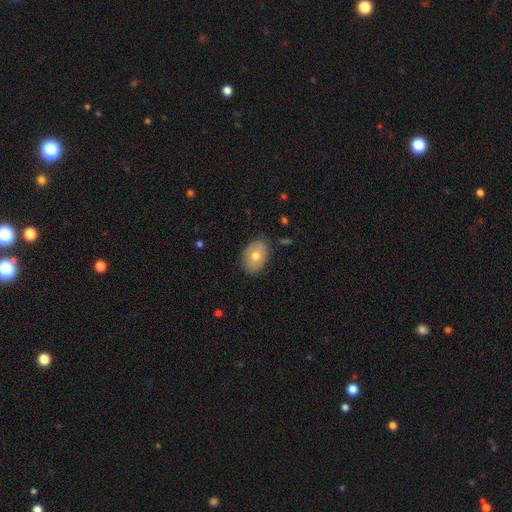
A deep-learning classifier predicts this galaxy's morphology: Smooth or featured? Predicted: smooth (p=0.67). How rounded? Predicted: in between (p=0.80). Merging? Predicted: none (p=0.84).